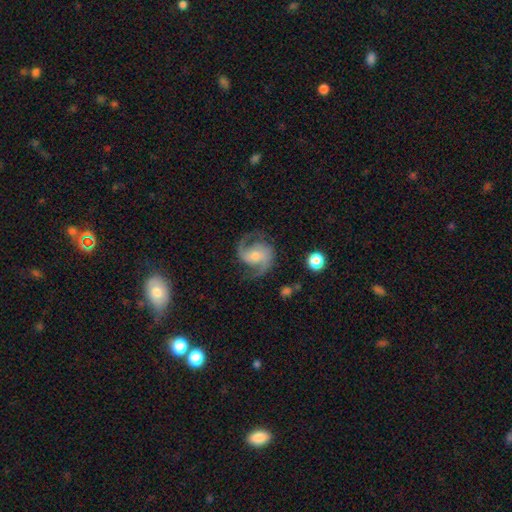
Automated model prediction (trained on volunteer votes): This appears to be a featured or disk galaxy (89%) with no bar (48%), 2 (93%) medium (58%) spiral arms (98%) and a small central bulge (48%). Merging: none (77%).